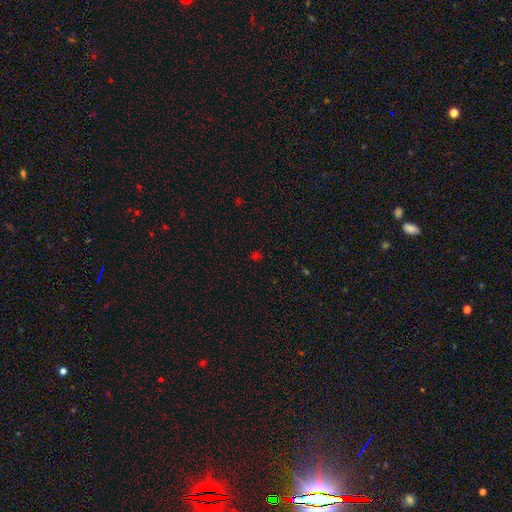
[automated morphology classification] Smooth or featured? Predicted: star or artifact (p=0.48).